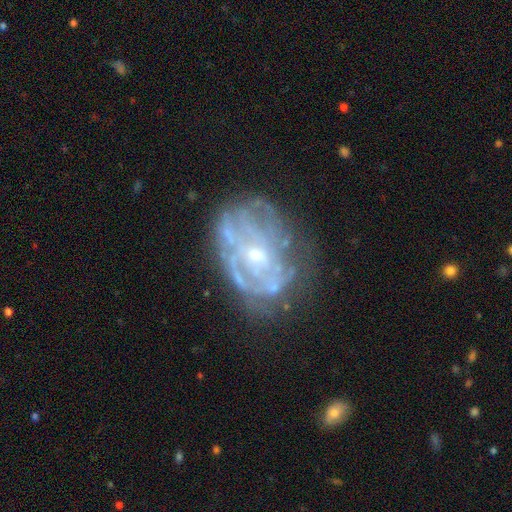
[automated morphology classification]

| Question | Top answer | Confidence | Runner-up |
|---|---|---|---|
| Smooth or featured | featured or disk | 77% | smooth (14%) |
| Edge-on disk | no | 97% | yes (3%) |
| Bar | no | 76% | weak (20%) |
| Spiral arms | yes | 58% | no (42%) |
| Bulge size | small | 52% | moderate (42%) |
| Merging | none | 53% | minor disturbance (24%) |